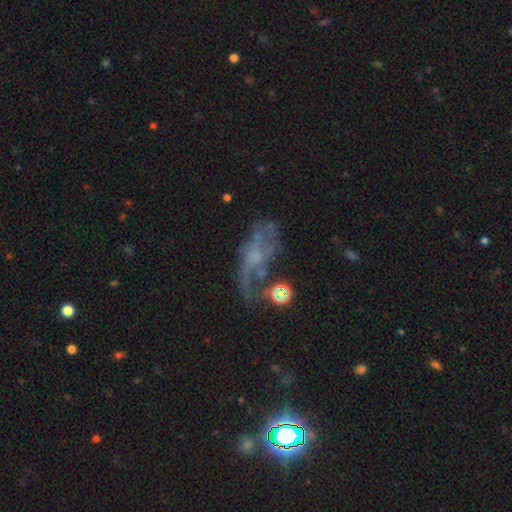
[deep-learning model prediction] This is likely a featured or disk galaxy (64%). It is clearly not viewed edge-on (92%). Bar: likely no (72%). Spiral arm pattern: likely yes (60%). Central bulge: marginally small (44%). Merging: marginally major disturbance (36%).